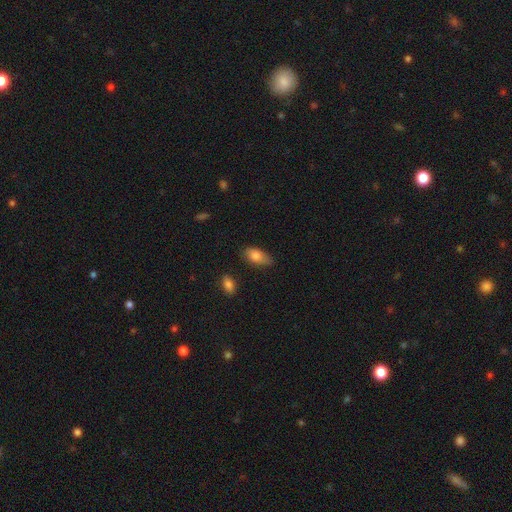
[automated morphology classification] The model was most divided on "merging": none: 66%, minor disturbance: 27%, major disturbance: 5%, merger: 2%. More confident: how rounded — in between (90%); smooth or featured — smooth (82%).